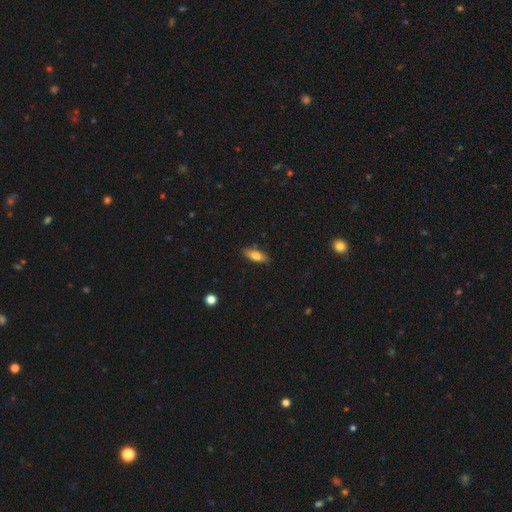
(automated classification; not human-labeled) smooth_or_featured: smooth (p=0.74) [alt: featured or disk p=0.19]
how_rounded: in between (p=0.71) [alt: cigar-shaped p=0.26]
merging: none (p=0.84) [alt: minor disturbance p=0.12]